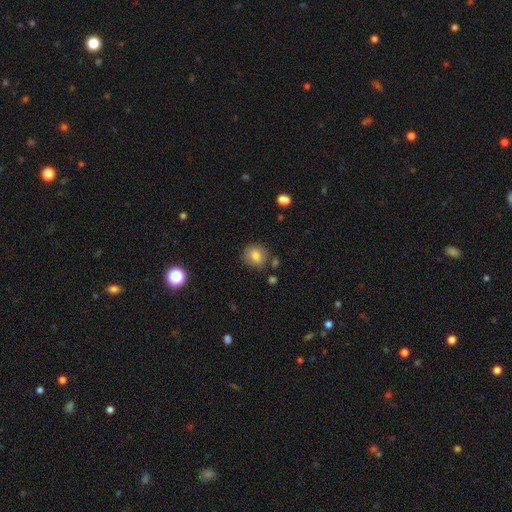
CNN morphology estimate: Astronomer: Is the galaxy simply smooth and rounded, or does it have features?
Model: smooth — 78%.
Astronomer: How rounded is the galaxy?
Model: round — 71%.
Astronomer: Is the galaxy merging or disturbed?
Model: none — 75%.